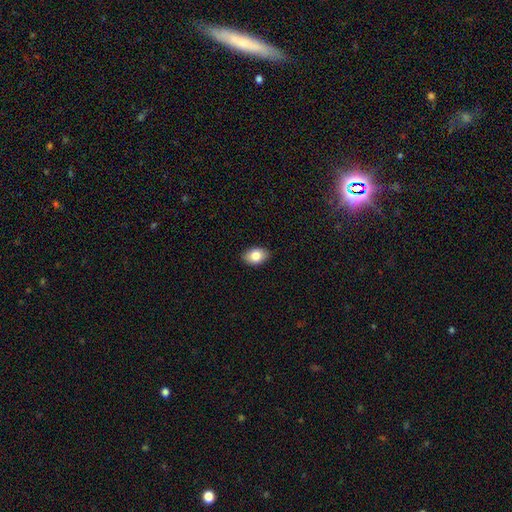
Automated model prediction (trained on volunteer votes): This appears to be a smooth galaxy with no disk features (82%) that is in between round and cigar-shaped (86%). Merging: none (89%).